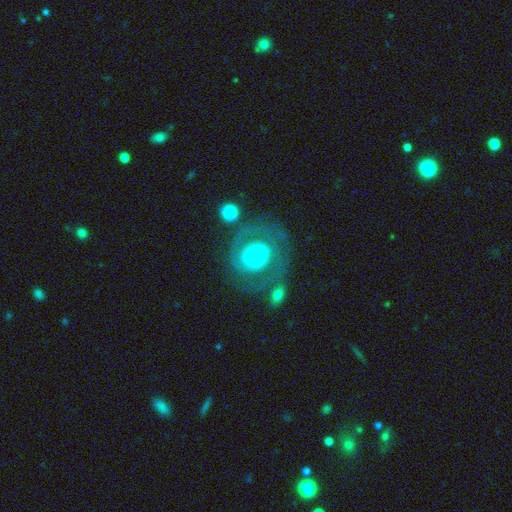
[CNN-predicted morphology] featured or disk 68%, smooth 25%, star or artifact 6%. Down the decision tree: edge-on disk — no (97%); bar — no (81%); spiral arms — yes (65%); bulge size — small (59%); merging — none (59%).